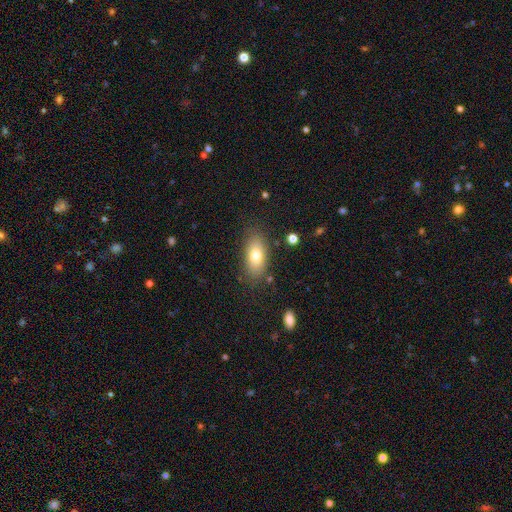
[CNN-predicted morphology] Smooth or featured?
  - smooth: 76% *
  - featured or disk: 15%
  - star or artifact: 8%
How rounded?
  - in between: 88% *
  - cigar-shaped: 7%
  - round: 5%
Merging?
  - none: 82% *
  - minor disturbance: 12%
  - major disturbance: 4%
  - merger: 2%